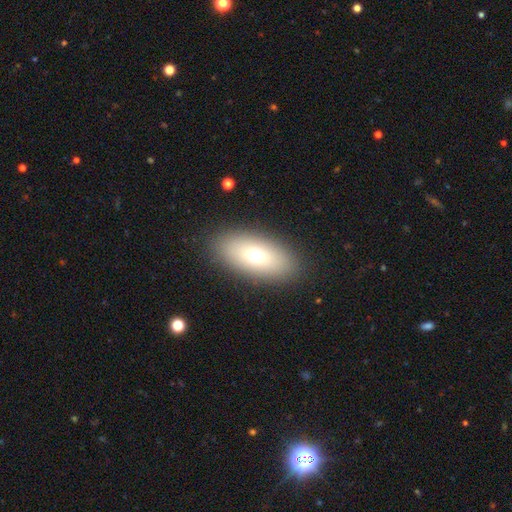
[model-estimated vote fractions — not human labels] This appears to be a smooth galaxy with no disk features (69%) that is in between round and cigar-shaped (87%). Merging: none (88%).